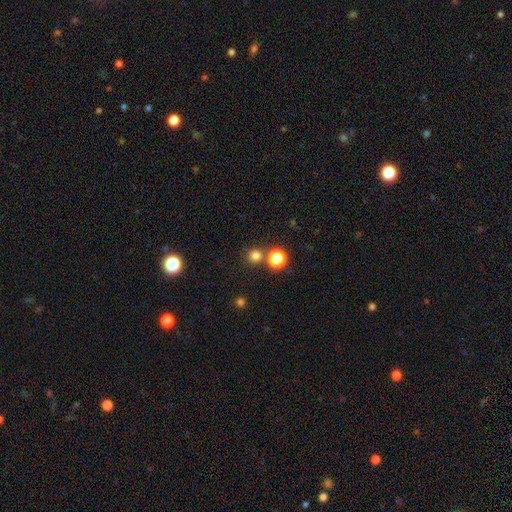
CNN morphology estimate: A smooth galaxy with no disk features (76%) that is round (93%). Merging: none (76%).